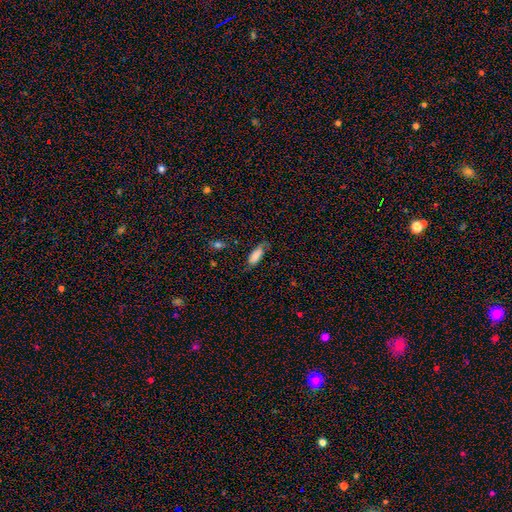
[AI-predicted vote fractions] Smooth or featured? smooth (71%)
How rounded? in between (67%)
Merging? none (58%)